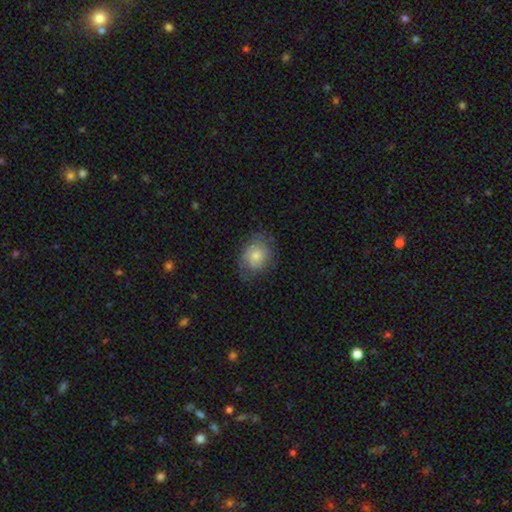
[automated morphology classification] Smooth or featured: smooth — 70% (featured or disk — 21%)
How rounded: round — 52% (in between — 47%)
Merging: none — 66% (minor disturbance — 24%)